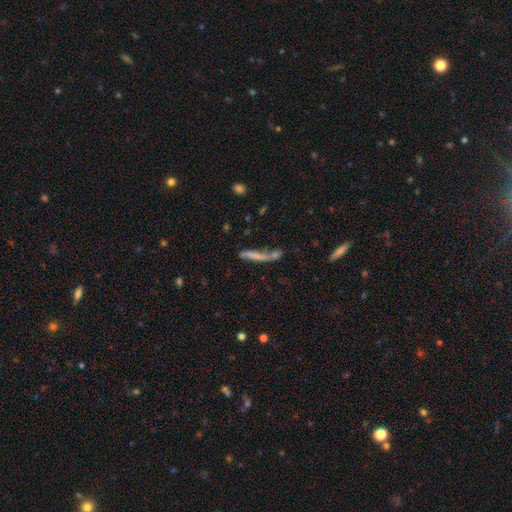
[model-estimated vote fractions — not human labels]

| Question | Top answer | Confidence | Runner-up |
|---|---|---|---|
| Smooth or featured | smooth | 54% | featured or disk (36%) |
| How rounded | cigar-shaped | 87% | in between (11%) |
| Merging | merger | 33% | none (32%) |